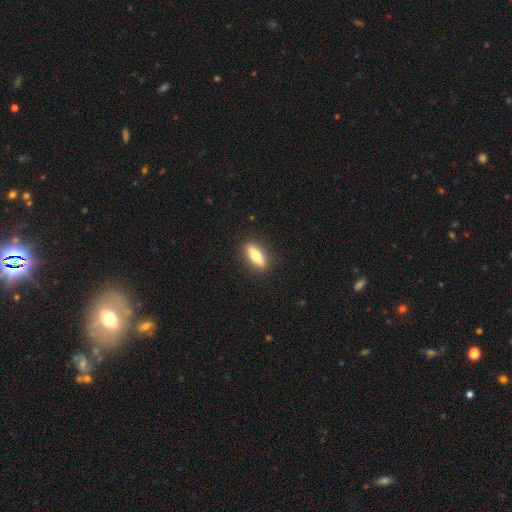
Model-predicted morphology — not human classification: A smooth galaxy with no disk features (62%) that is in between round and cigar-shaped (52%). Merging: none (89%).